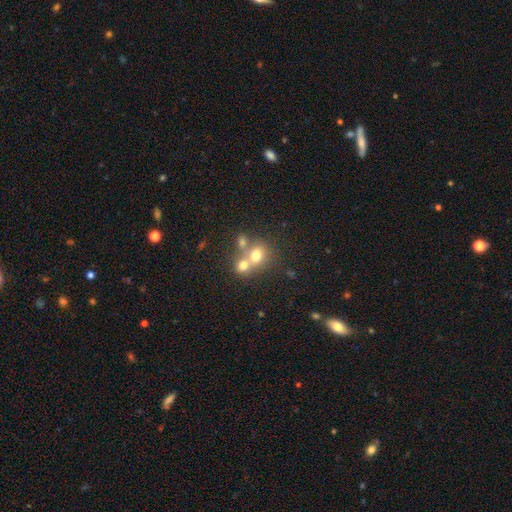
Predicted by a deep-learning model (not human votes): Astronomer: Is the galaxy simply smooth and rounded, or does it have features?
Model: smooth — 68%.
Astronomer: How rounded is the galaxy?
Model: round — 69%.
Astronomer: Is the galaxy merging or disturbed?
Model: merger — 55% (runner-up: none, 33%).